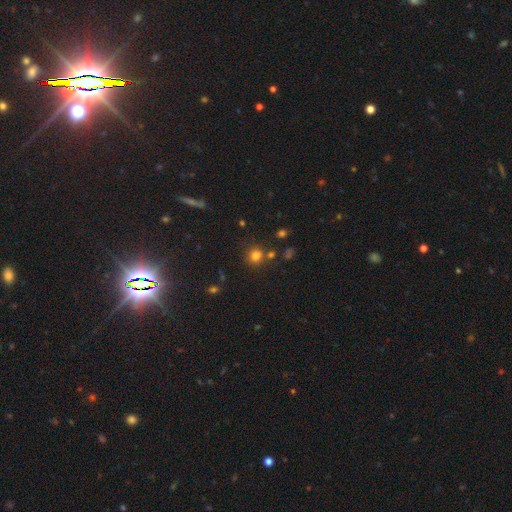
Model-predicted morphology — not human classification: smooth_or_featured: smooth (p=0.77) [alt: star or artifact p=0.17]
how_rounded: round (p=0.85) [alt: in between p=0.14]
merging: none (p=0.76) [alt: minor disturbance p=0.10]